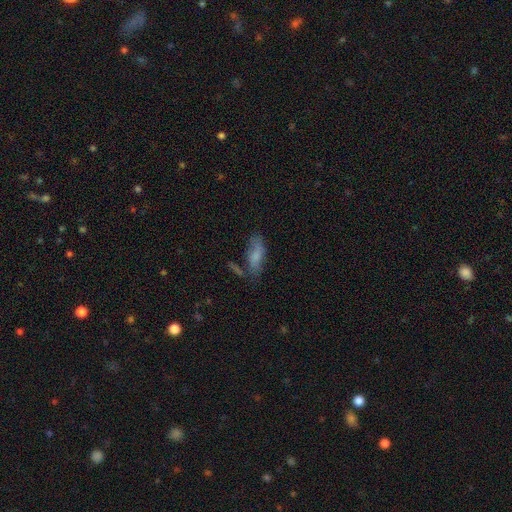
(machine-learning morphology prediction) Smooth or featured? Predicted: smooth (p=0.70). How rounded? Predicted: in between (p=0.69). Merging? Predicted: none (p=0.48).